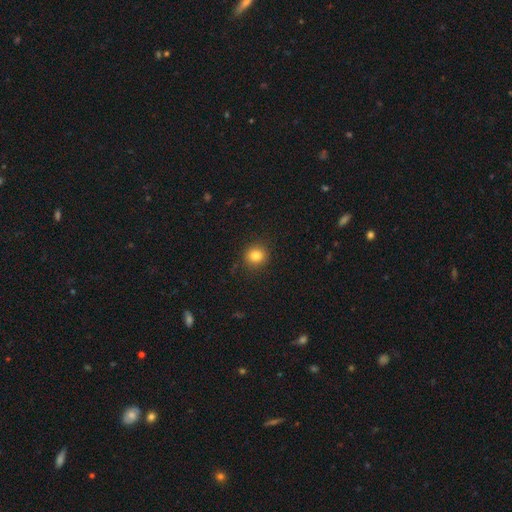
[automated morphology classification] smooth-or-featured: smooth: 83% | star or artifact: 11% | featured or disk: 5%
  how-rounded: round: 86% | in between: 13% | cigar-shaped: 1%
  merging: none: 90% | minor disturbance: 7% | major disturbance: 2% | merger: 1%